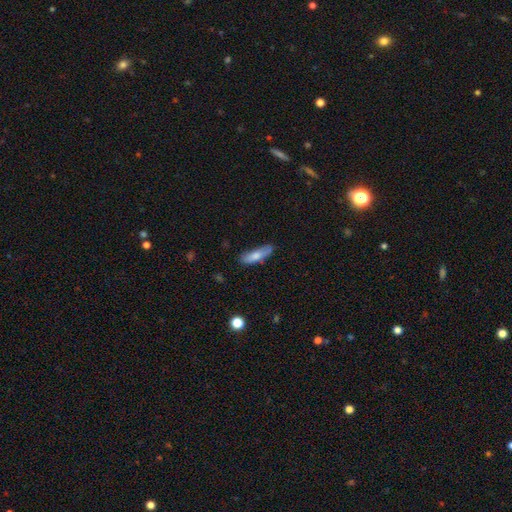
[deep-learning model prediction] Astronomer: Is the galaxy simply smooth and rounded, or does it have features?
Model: smooth — 72%.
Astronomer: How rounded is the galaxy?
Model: cigar-shaped — 61% (runner-up: in between, 37%).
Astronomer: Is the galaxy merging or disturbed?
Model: none — 71%.